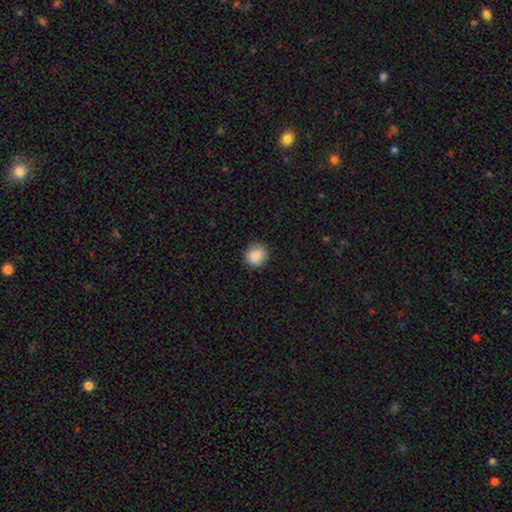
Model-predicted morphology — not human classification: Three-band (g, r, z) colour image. It shows a smooth galaxy with no disk features (89%) that is round (82%). Merging: none (88%).